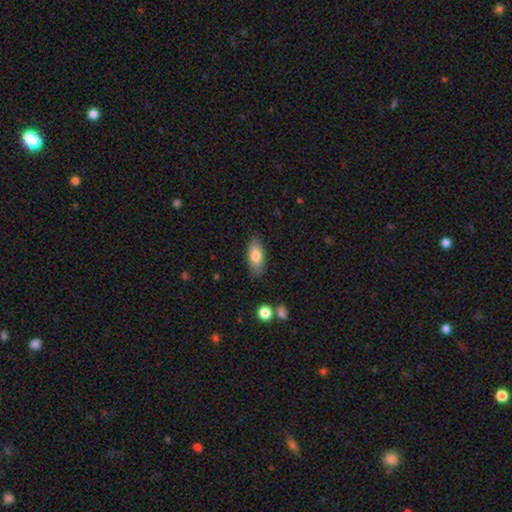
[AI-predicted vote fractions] Smooth or featured: smooth — 80% (featured or disk — 13%)
How rounded: in between — 86% (cigar-shaped — 11%)
Merging: none — 84% (minor disturbance — 11%)